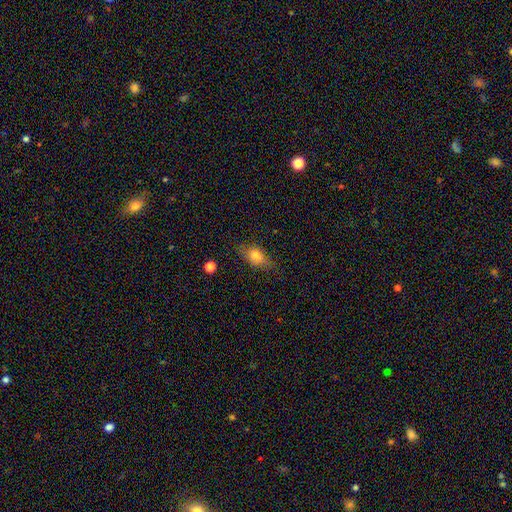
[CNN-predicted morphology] type=smooth (73%); roundness=in between (78%); merging=none (72%).